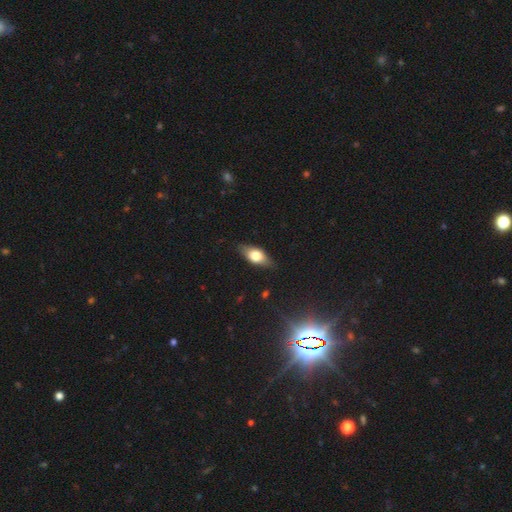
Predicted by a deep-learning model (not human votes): This appears to be a smooth galaxy with no disk features (60%) that is in between round and cigar-shaped (80%). Merging: none (81%).